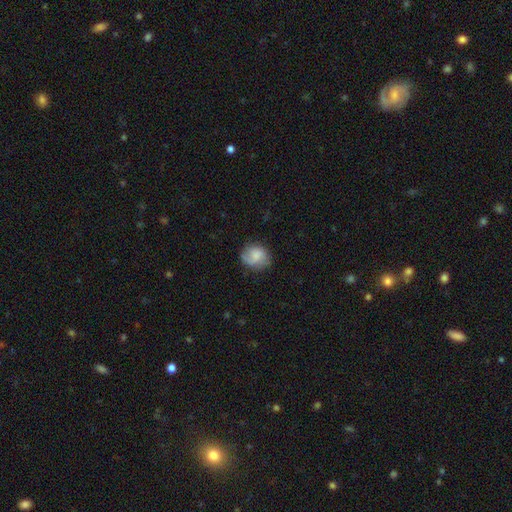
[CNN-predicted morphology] smooth-or-featured: smooth: 65% | featured or disk: 27% | star or artifact: 8%
  how-rounded: round: 70% | in between: 29% | cigar-shaped: 1%
  merging: none: 67% | minor disturbance: 23% | major disturbance: 8% | merger: 1%